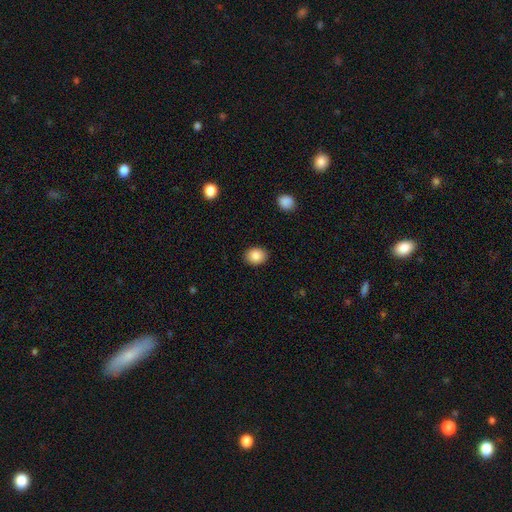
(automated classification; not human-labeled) smooth 87%, star or artifact 8%, featured or disk 5%. Down the decision tree: how rounded — in between (54%); merging — none (89%).